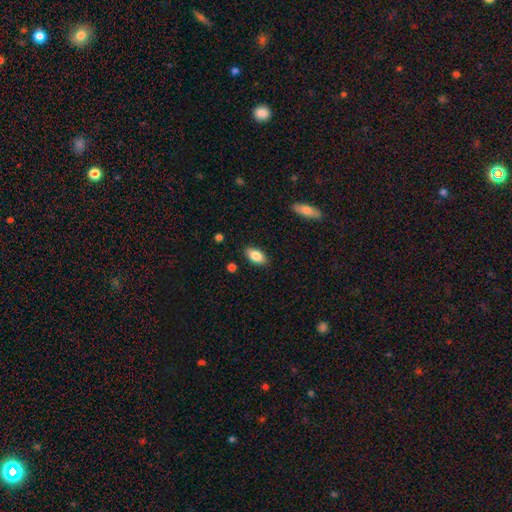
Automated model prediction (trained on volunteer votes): Smooth or featured?
  - smooth: 84% *
  - featured or disk: 9%
  - star or artifact: 7%
How rounded?
  - in between: 91% *
  - cigar-shaped: 5%
  - round: 4%
Merging?
  - none: 87% *
  - minor disturbance: 9%
  - major disturbance: 2%
  - merger: 1%